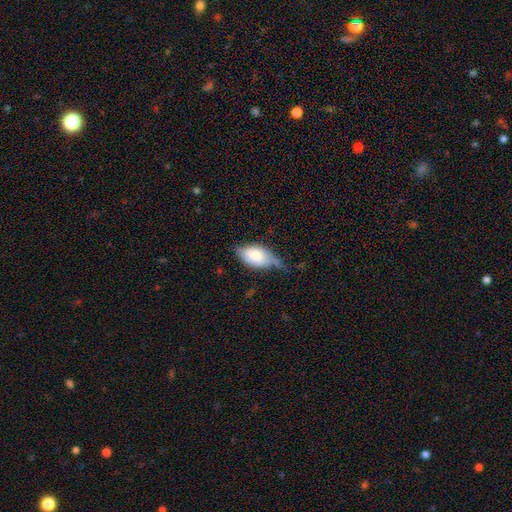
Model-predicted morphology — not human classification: Smooth or featured: smooth — 63% (featured or disk — 30%)
How rounded: in between — 92% (round — 5%)
Merging: minor disturbance — 46% (none — 32%)